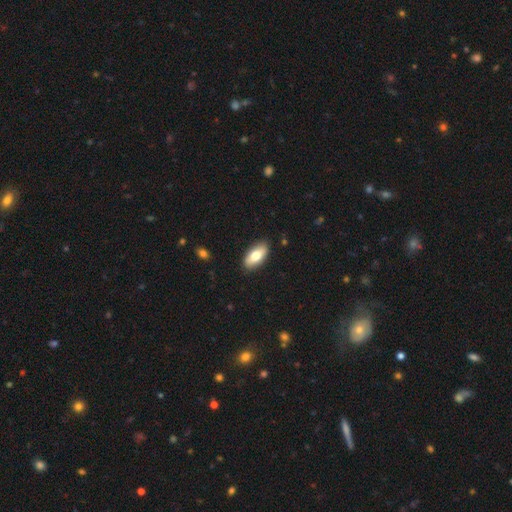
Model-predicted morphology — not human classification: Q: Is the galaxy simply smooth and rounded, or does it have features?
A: smooth — 75%.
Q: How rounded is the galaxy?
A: in between — 89%.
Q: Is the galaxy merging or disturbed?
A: none — 88%.